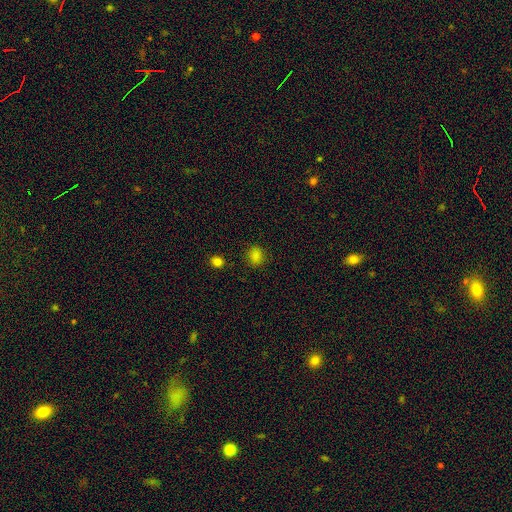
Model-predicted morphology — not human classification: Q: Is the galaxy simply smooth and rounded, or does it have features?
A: smooth — 82%.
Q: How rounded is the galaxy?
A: round — 59%.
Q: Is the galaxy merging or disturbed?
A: none — 86%.